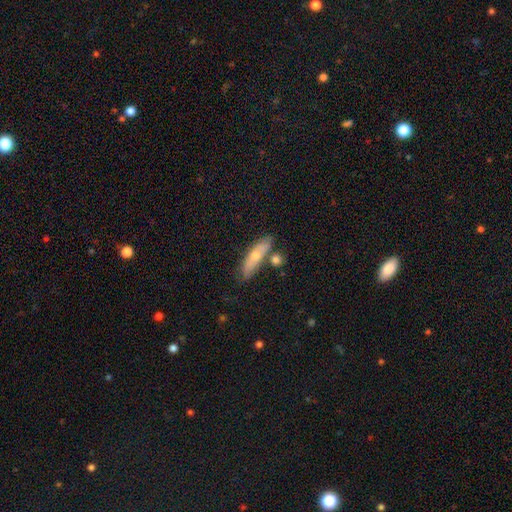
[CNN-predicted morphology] Overall: smooth (60%; featured or disk 34%). How rounded: cigar-shaped (58%; in between 39%). Merging: none (61%).